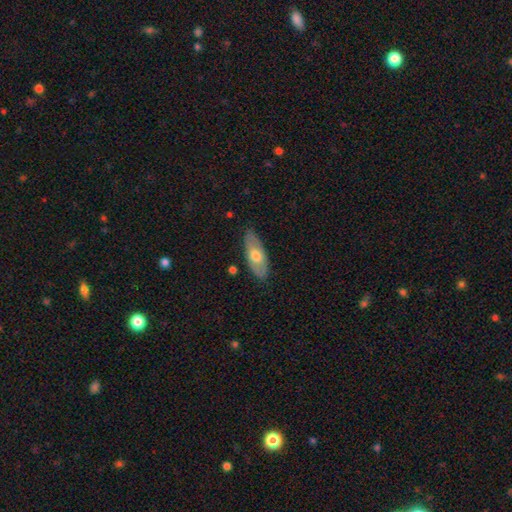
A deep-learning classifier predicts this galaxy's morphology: smooth-or-featured: smooth: 51% | featured or disk: 43% | star or artifact: 6%
  how-rounded: in between: 80% | cigar-shaped: 17% | round: 3%
  merging: none: 83% | minor disturbance: 13% | major disturbance: 2% | merger: 1%